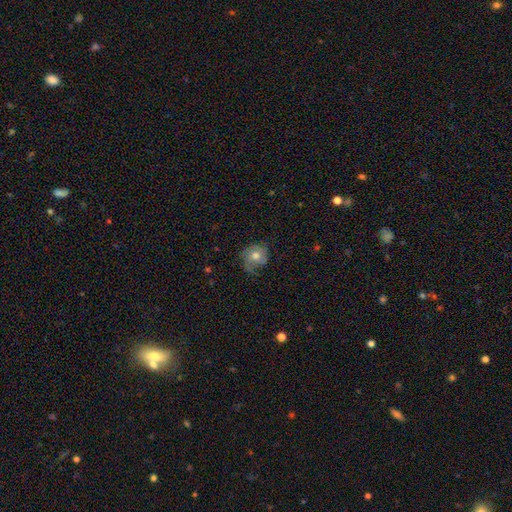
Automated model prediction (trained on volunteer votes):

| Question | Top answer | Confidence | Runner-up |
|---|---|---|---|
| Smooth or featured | smooth | 60% | featured or disk (29%) |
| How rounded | round | 73% | in between (26%) |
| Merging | none | 57% | minor disturbance (28%) |